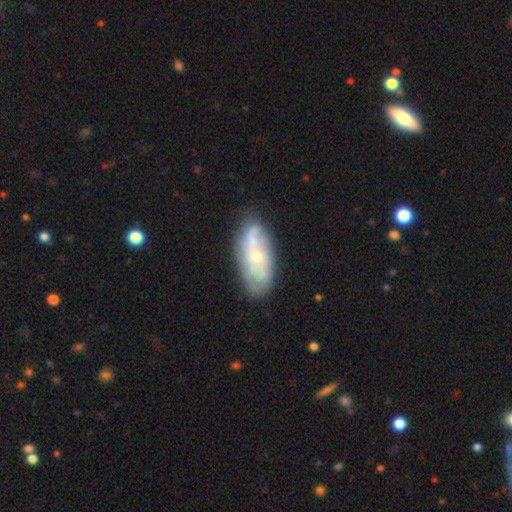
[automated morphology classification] This is possibly a featured or disk galaxy (56%). It is clearly not viewed edge-on (90%). Bar: likely no (77%). Spiral arm pattern: possibly no (58%). Central bulge: possibly small (53%). Merging: likely none (61%).